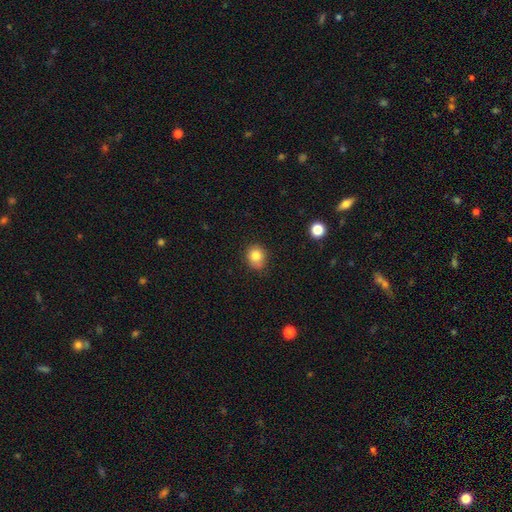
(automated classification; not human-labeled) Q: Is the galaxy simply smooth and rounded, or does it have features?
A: smooth — 82%.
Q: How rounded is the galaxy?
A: round — 72%.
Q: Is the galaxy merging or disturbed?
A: none — 75%.